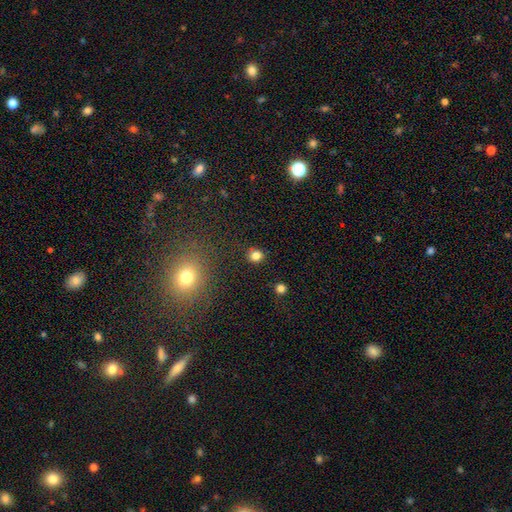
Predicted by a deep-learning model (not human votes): Smooth or featured? smooth (82%)
How rounded? round (81%)
Merging? none (87%)